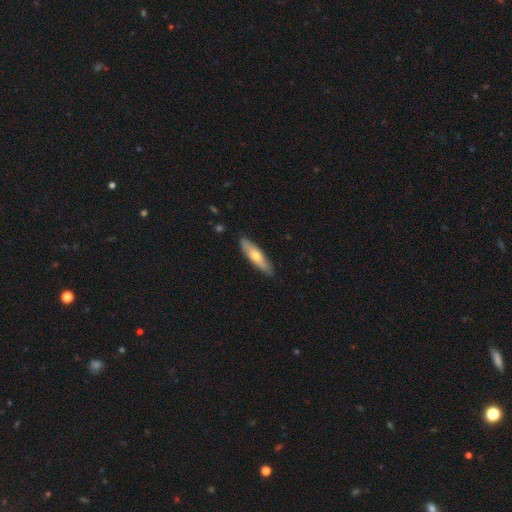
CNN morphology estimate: smooth_or_featured: smooth (p=0.59) [alt: featured or disk p=0.36]
how_rounded: cigar-shaped (p=0.65) [alt: in between p=0.33]
merging: none (p=0.86) [alt: minor disturbance p=0.11]